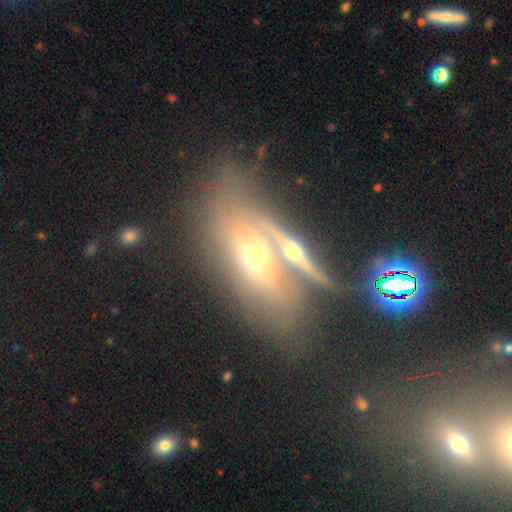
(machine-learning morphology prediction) Smooth or featured? featured or disk (56%)
Edge-on disk? yes (52%)
Merging? none (43%)